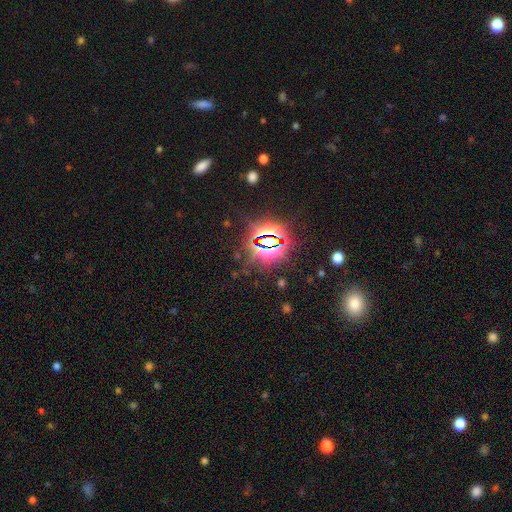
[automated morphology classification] The model was most divided on "smooth or featured": star or artifact: 82%, smooth: 11%, featured or disk: 8%.